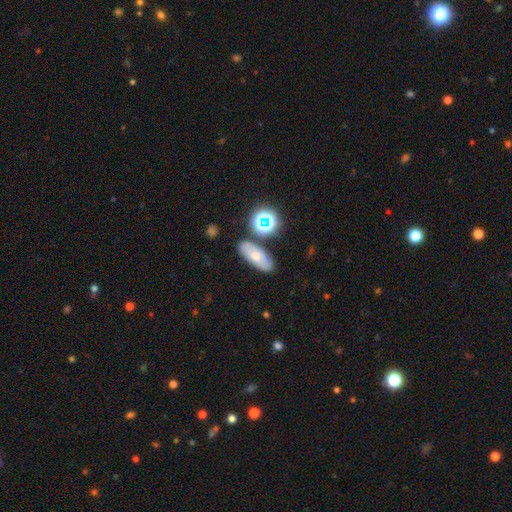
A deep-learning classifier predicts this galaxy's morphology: This appears to be a smooth galaxy with no disk features (60%) that is in between round and cigar-shaped (75%). Merging: none (77%).